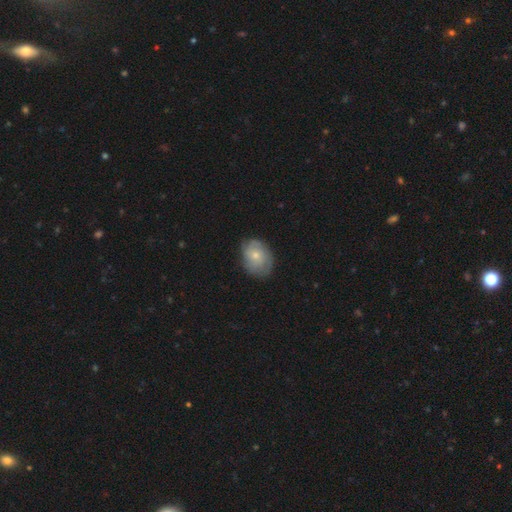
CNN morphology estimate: This is possibly a smooth galaxy (51%). How rounded: likely in between (62%). Merging: likely none (71%).